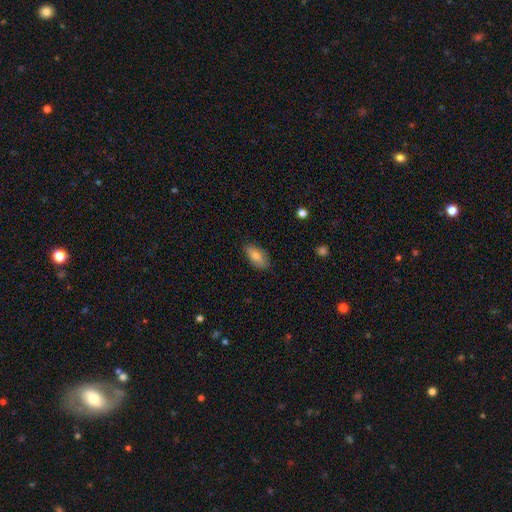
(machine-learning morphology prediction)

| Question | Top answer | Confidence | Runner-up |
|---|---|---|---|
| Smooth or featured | smooth | 75% | featured or disk (18%) |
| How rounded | in between | 85% | cigar-shaped (12%) |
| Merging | none | 81% | minor disturbance (15%) |